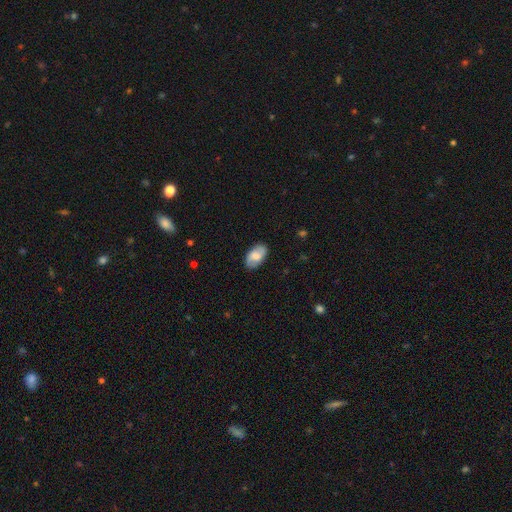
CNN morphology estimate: smooth-or-featured: smooth: 56% | featured or disk: 37% | star or artifact: 7%
  how-rounded: in between: 93% | round: 5% | cigar-shaped: 2%
  merging: none: 84% | minor disturbance: 12% | major disturbance: 3% | merger: 1%